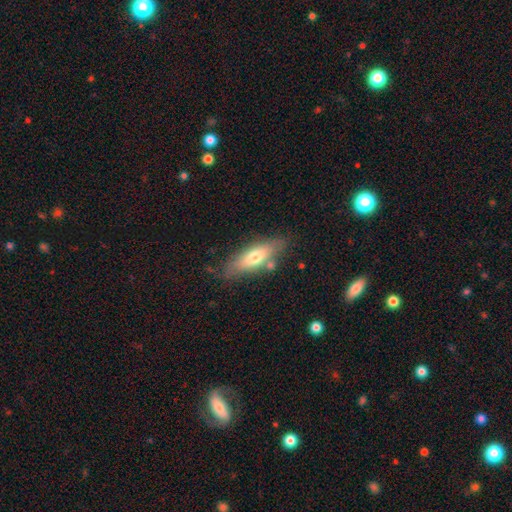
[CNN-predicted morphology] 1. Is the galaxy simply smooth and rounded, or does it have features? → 56% smooth, 37% featured or disk, 7% star or artifact.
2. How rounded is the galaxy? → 51% in between, 47% cigar-shaped, 2% round.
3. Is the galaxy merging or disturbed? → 77% none, 15% minor disturbance, 5% merger, 3% major disturbance.